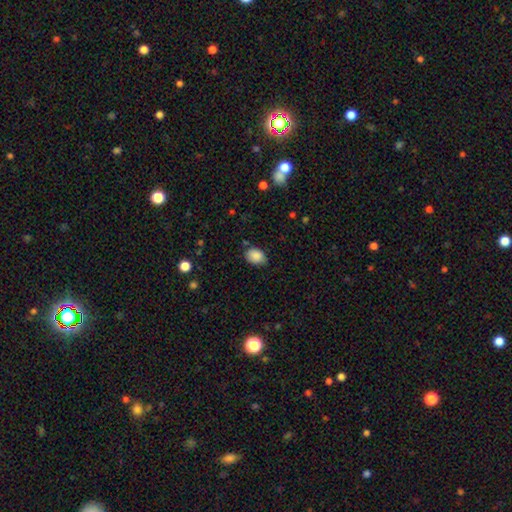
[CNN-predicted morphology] smooth_or_featured: smooth (p=0.88) [alt: star or artifact p=0.08]
how_rounded: in between (p=0.67) [alt: round p=0.32]
merging: none (p=0.70) [alt: minor disturbance p=0.24]